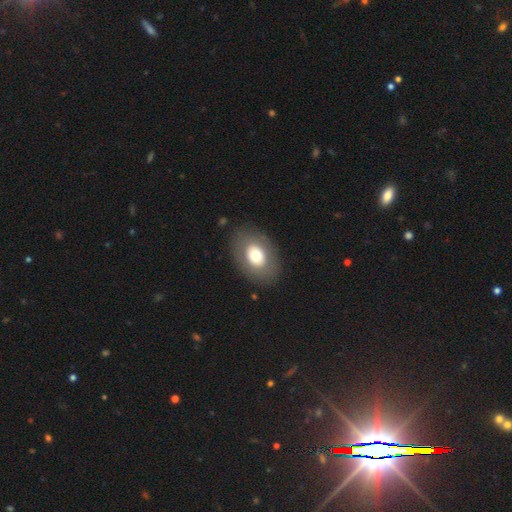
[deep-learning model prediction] A smooth galaxy with no disk features (65%) that is in between round and cigar-shaped (76%). Merging: none (85%).